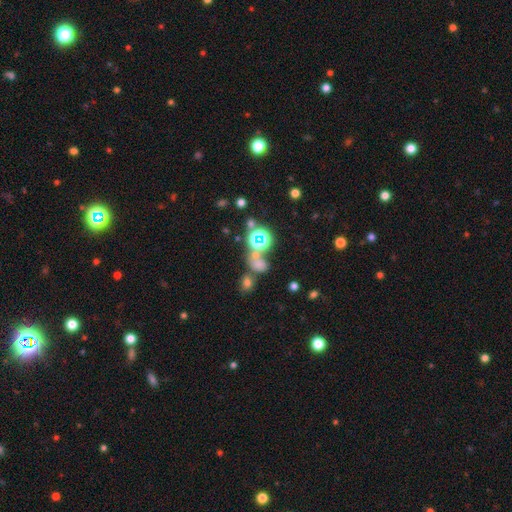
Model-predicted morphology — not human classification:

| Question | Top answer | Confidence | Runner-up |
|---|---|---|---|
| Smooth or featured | star or artifact | 49% | smooth (35%) |